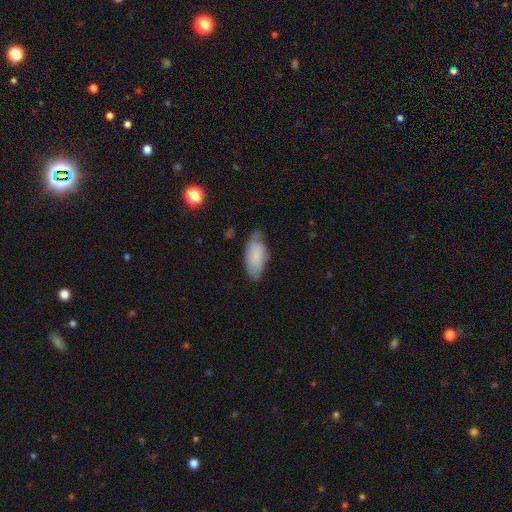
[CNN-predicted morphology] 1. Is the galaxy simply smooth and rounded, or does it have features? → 77% smooth, 16% featured or disk, 6% star or artifact.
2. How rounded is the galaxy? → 91% in between, 6% cigar-shaped, 2% round.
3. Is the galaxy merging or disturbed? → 61% none, 30% minor disturbance, 7% major disturbance, 2% merger.